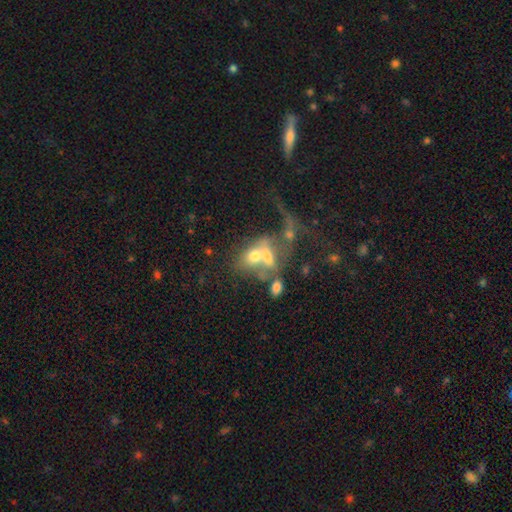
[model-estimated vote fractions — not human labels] This is possibly a smooth galaxy (45%). Merging: likely merger (61%).